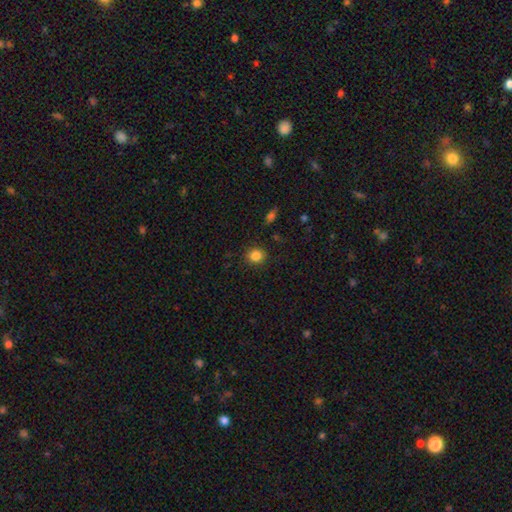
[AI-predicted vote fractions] Smooth or featured? Predicted: smooth (p=0.85). How rounded? Predicted: round (p=0.85). Merging? Predicted: none (p=0.88).